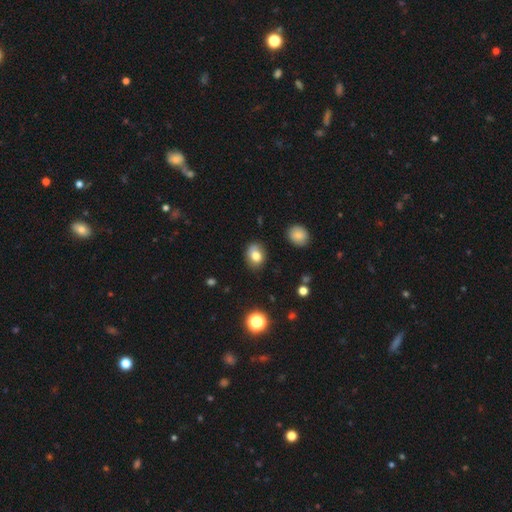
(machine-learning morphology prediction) A smooth galaxy with no disk features (79%) that is in between round and cigar-shaped (61%).

Vote fractions:
- Smooth or featured? smooth: 79% / star or artifact: 11% / featured or disk: 10%
- How rounded? in between: 61% / round: 38% / cigar-shaped: 1%
- Merging? none: 81% / minor disturbance: 14% / major disturbance: 3% / merger: 2%